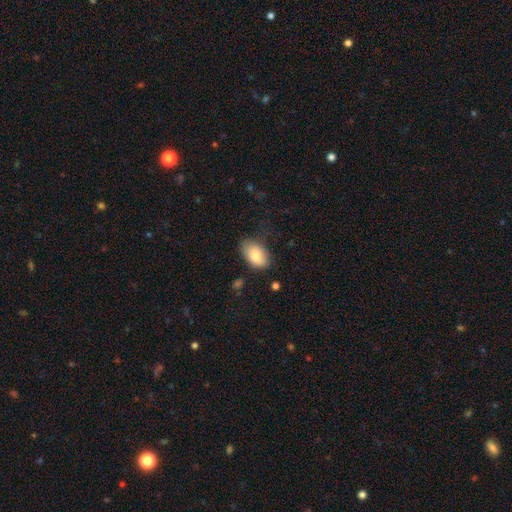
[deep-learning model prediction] This is clearly a smooth galaxy (81%). How rounded: clearly in between (91%). Merging: likely none (69%).